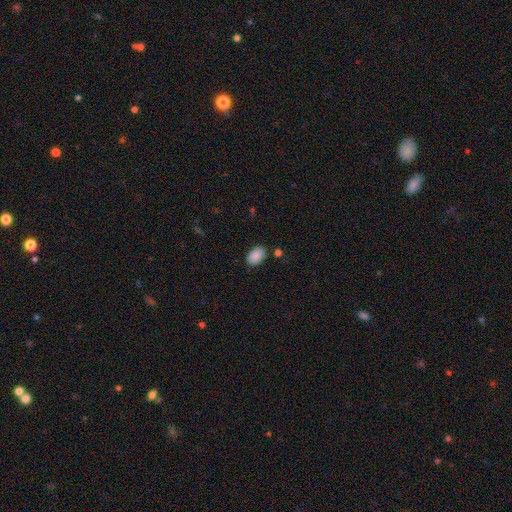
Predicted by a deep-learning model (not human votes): This is clearly a smooth galaxy (89%). How rounded: clearly in between (88%). Merging: clearly none (83%).